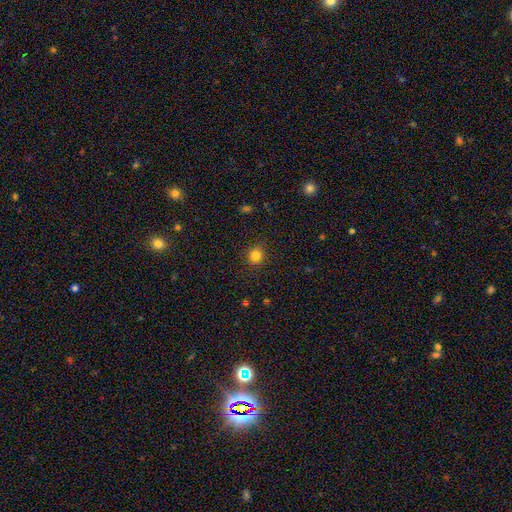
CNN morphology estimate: A smooth galaxy with no disk features (79%) that is round (88%). Merging: none (86%).